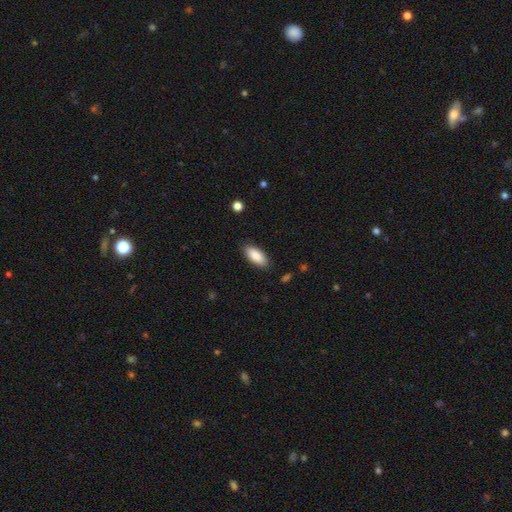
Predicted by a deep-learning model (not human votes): Smooth or featured? smooth (88%)
How rounded? in between (86%)
Merging? none (87%)